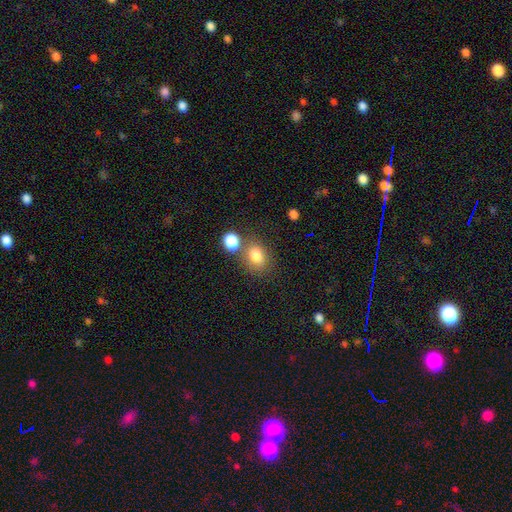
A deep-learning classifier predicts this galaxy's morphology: Smooth or featured? smooth (80%)
How rounded? in between (51%)
Merging? none (60%)